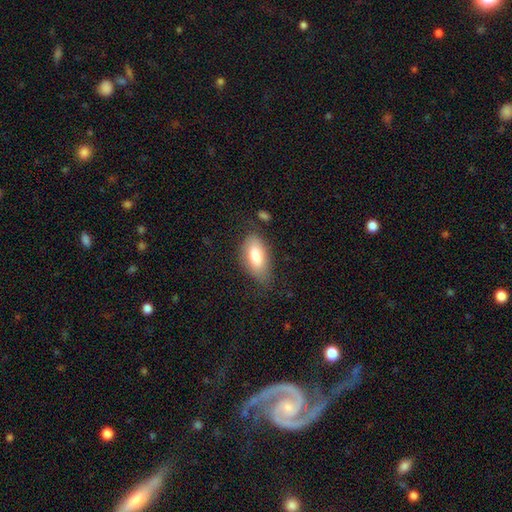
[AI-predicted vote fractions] Q: Smooth or featured?
A: smooth (80%); runner-up: featured or disk (13%)
Q: How rounded?
A: in between (88%); runner-up: cigar-shaped (9%)
Q: Merging?
A: none (66%); runner-up: minor disturbance (24%)